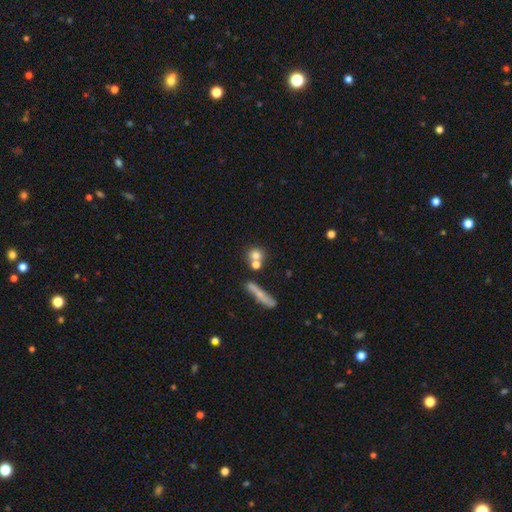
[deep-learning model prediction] This appears to be a smooth galaxy with no disk features (72%) that is round (80%). Merging: none (53%).